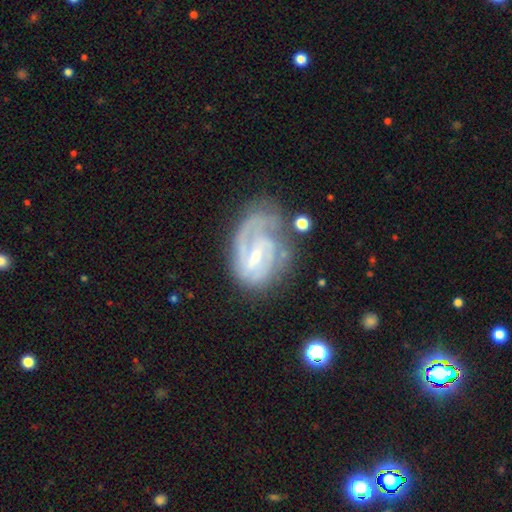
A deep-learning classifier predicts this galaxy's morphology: The model was most divided on "spiral winding": tight: 48%, medium: 40%, loose: 12%. Remaining: edge-on disk — no (97%); spiral arms — yes (93%); smooth or featured — featured or disk (84%); bulge size — small (59%); bar — weak (56%); merging — none (50%); spiral arm count — 2 (45%).